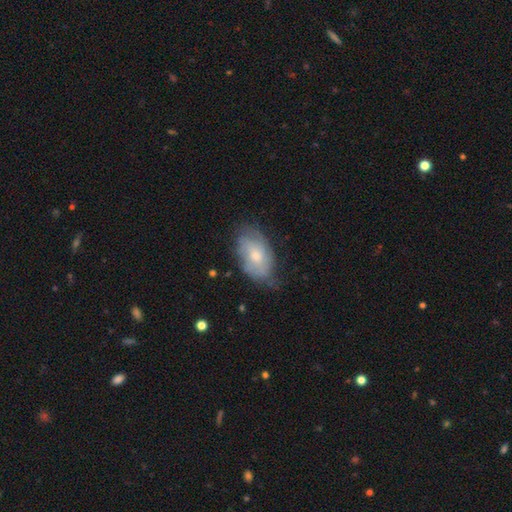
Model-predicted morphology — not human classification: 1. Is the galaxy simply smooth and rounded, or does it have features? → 50% featured or disk, 43% smooth, 7% star or artifact.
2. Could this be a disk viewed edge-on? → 93% no, 7% yes.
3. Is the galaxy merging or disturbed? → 59% none, 30% minor disturbance, 9% major disturbance, 2% merger.